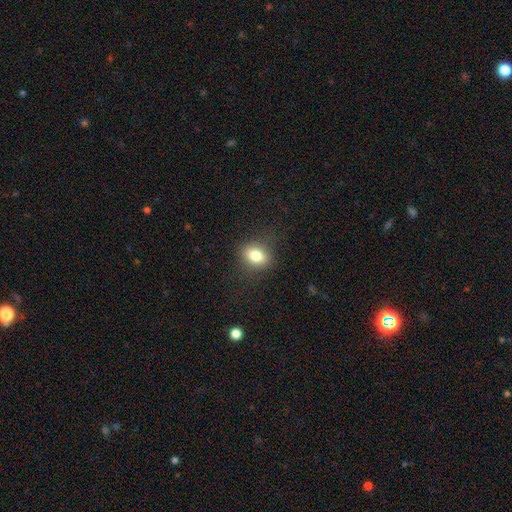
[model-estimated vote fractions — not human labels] smooth-or-featured: smooth: 80% | star or artifact: 11% | featured or disk: 9%
  how-rounded: in between: 59% | round: 39% | cigar-shaped: 2%
  merging: none: 84% | minor disturbance: 11% | major disturbance: 4% | merger: 1%